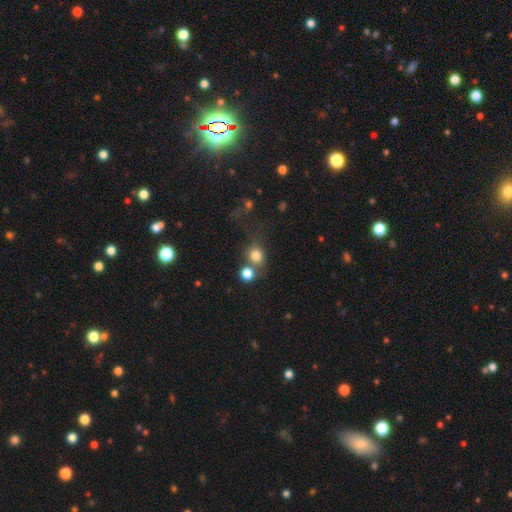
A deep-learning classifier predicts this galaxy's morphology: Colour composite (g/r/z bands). It shows a smooth galaxy with no disk features (77%) that is round (76%). Merging: none (51%).